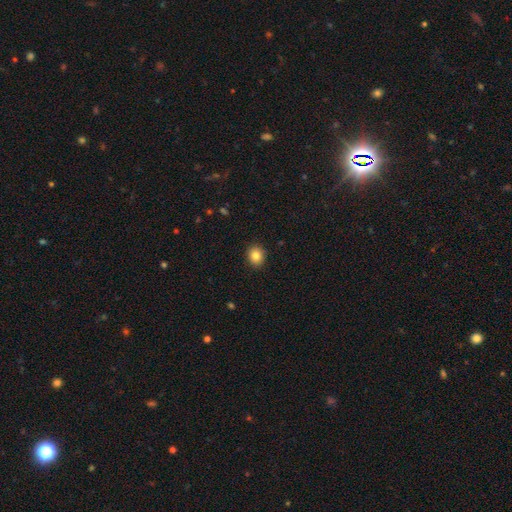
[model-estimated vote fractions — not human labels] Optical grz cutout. It shows a smooth galaxy with no disk features (83%) that is round (70%). Merging: none (91%).